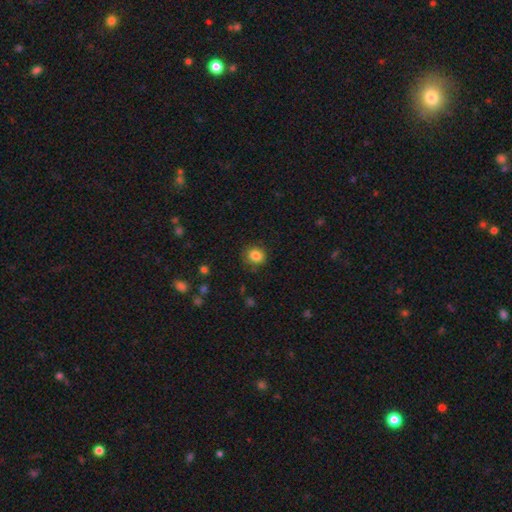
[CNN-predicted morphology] smooth 84%, star or artifact 11%, featured or disk 6%. Down the decision tree: how rounded — round (80%); merging — none (85%).